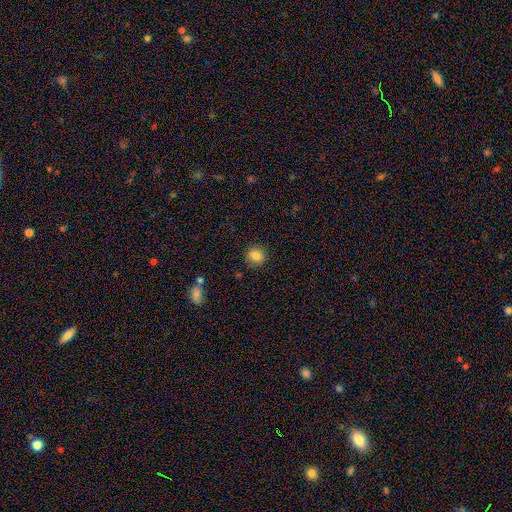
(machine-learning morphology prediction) type=smooth (83%); roundness=round (90%); merging=none (86%).